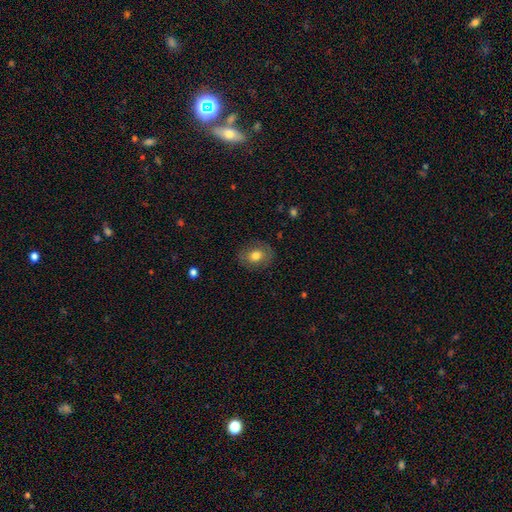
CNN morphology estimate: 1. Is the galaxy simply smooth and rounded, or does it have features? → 72% smooth, 19% featured or disk, 9% star or artifact.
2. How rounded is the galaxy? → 51% in between, 48% round, 1% cigar-shaped.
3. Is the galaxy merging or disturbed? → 82% none, 12% minor disturbance, 4% major disturbance, 1% merger.